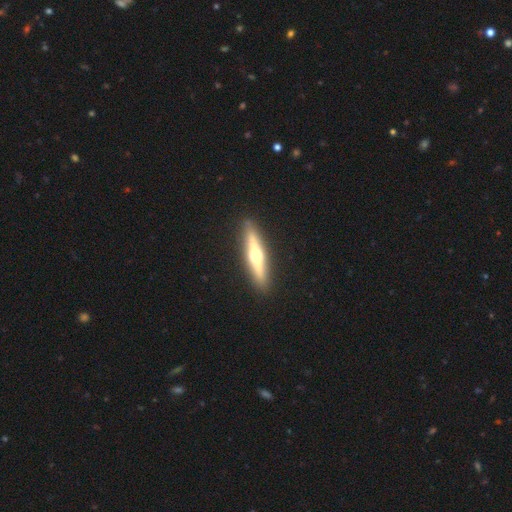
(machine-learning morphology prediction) Q: Smooth or featured?
A: featured or disk (63%); runner-up: smooth (32%)
Q: Edge-on disk?
A: yes (95%); runner-up: no (5%)
Q: Edge-on bulge?
A: rounded (94%); runner-up: none (3%)
Q: Merging?
A: none (91%); runner-up: minor disturbance (6%)